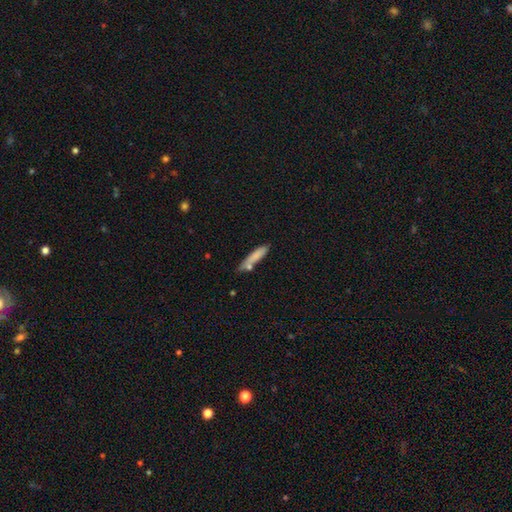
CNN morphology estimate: smooth_or_featured: smooth (p=0.79) [alt: featured or disk p=0.15]
how_rounded: cigar-shaped (p=0.80) [alt: in between p=0.18]
merging: none (p=0.63) [alt: minor disturbance p=0.20]